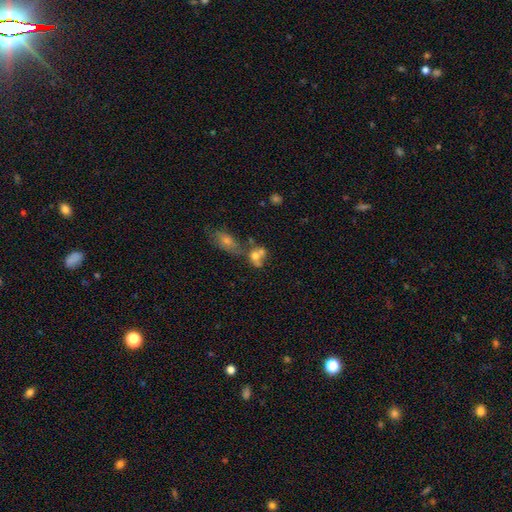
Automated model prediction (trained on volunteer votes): Smooth or featured: smooth — 66% (featured or disk — 21%)
How rounded: round — 52% (in between — 45%)
Merging: merger — 58% (none — 25%)